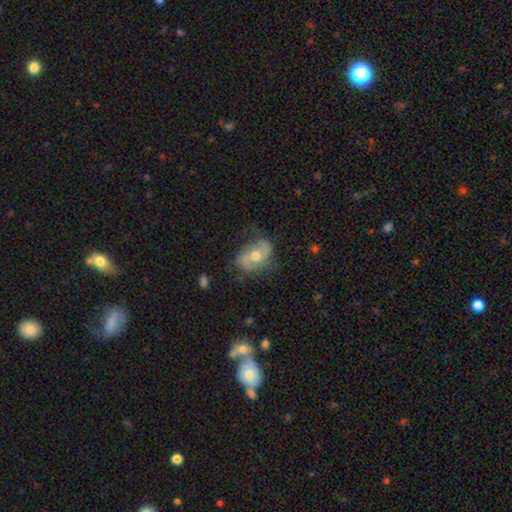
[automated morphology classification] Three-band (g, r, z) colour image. It shows a featured or disk galaxy (63%) with no bar (58%), spiral arms (80%) and a moderate central bulge (73%). Merging: none (66%).